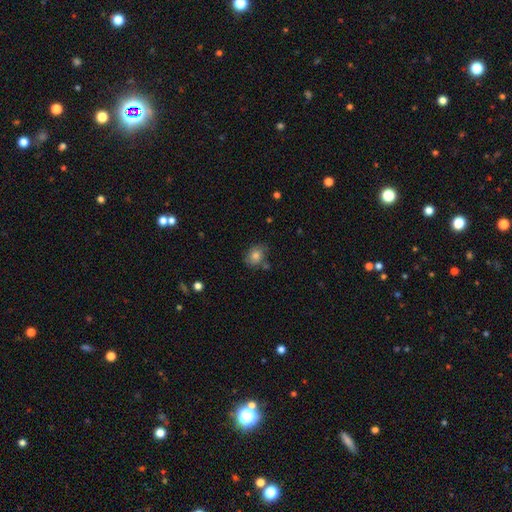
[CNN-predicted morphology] Smooth or featured: smooth — 79% (featured or disk — 11%)
How rounded: in between — 51% (round — 48%)
Merging: none — 68% (minor disturbance — 20%)